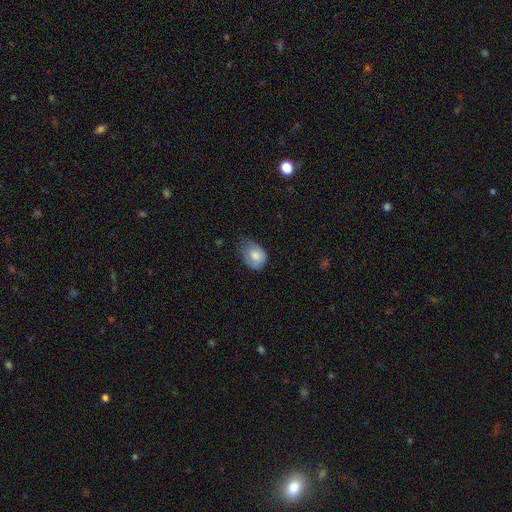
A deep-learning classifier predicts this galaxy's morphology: This is clearly a smooth galaxy (80%). How rounded: likely in between (75%). Merging: possibly minor disturbance (45%).